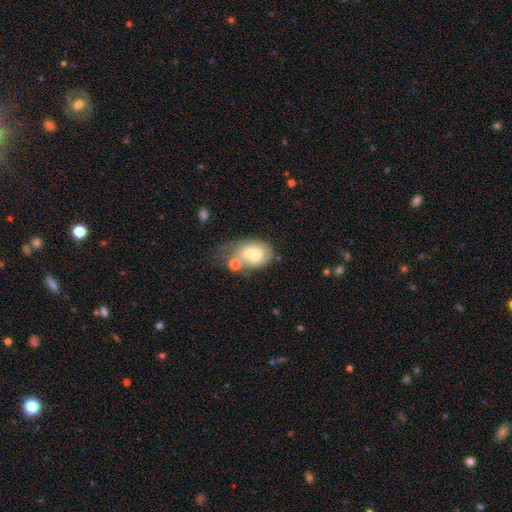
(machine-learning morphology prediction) A smooth galaxy with no disk features (49%). Merging: merger (45%).